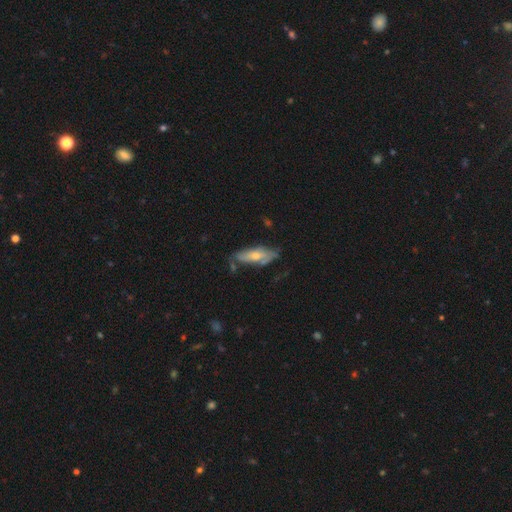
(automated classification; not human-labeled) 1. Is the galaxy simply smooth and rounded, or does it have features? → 50% smooth, 44% featured or disk, 6% star or artifact.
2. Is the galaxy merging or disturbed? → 54% none, 29% minor disturbance, 10% major disturbance, 6% merger.